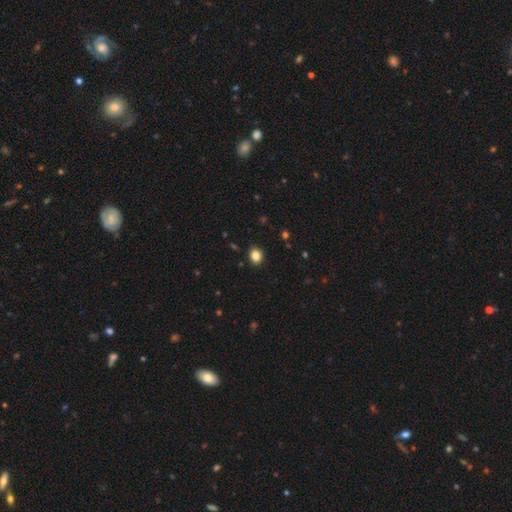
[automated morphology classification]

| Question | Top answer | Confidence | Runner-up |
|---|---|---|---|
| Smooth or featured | smooth | 84% | star or artifact (11%) |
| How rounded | round | 64% | in between (36%) |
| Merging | none | 91% | minor disturbance (7%) |